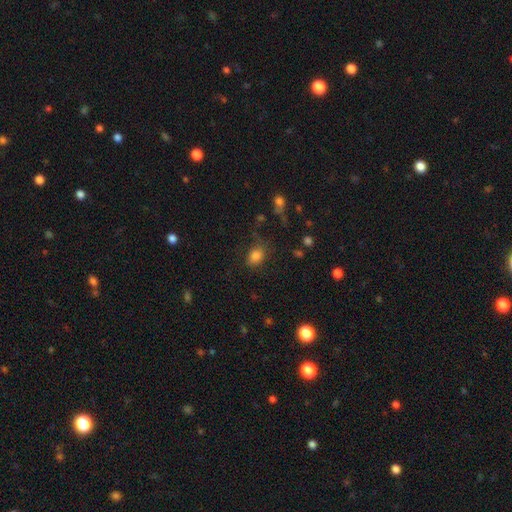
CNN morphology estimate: A smooth galaxy with no disk features (82%) that is in between round and cigar-shaped (68%). Merging: none (68%).